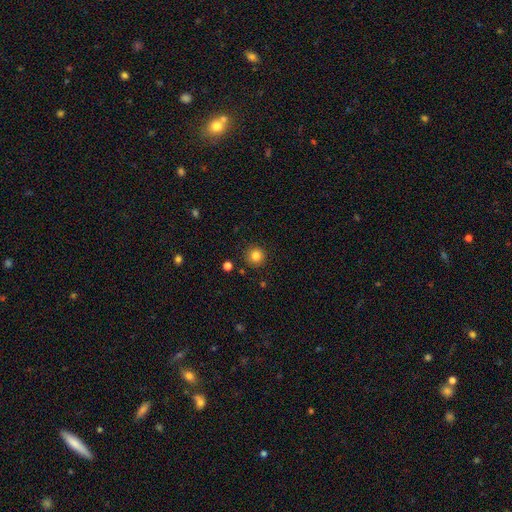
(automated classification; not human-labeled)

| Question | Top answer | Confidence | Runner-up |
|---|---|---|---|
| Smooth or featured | smooth | 83% | star or artifact (11%) |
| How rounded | round | 94% | in between (5%) |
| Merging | none | 89% | minor disturbance (7%) |